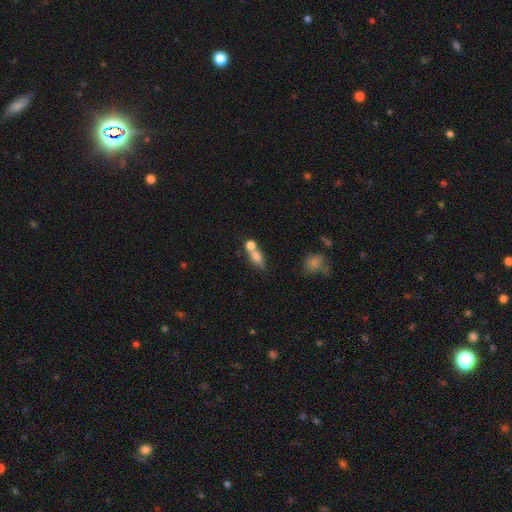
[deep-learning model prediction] Smooth or featured? smooth (71%)
How rounded? in between (61%)
Merging? merger (51%)